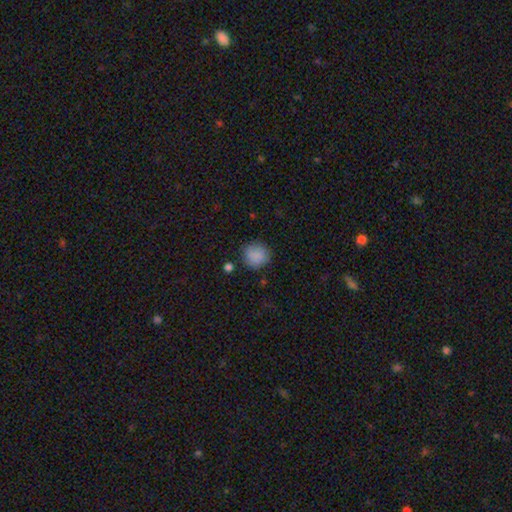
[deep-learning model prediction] Q: Smooth or featured?
A: smooth (87%); runner-up: star or artifact (9%)
Q: How rounded?
A: round (92%); runner-up: in between (7%)
Q: Merging?
A: none (84%); runner-up: minor disturbance (11%)